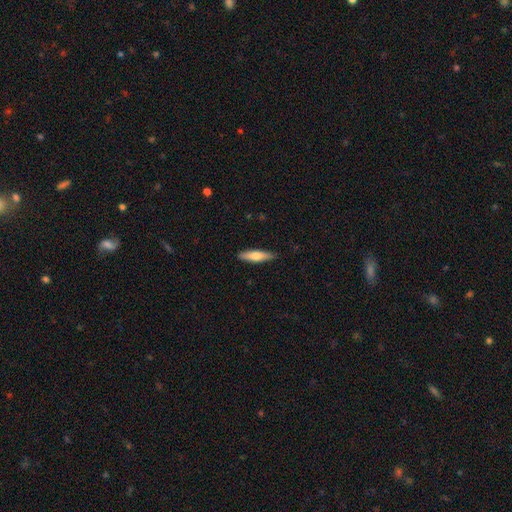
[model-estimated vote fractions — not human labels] smooth 66%, featured or disk 28%, star or artifact 5%. Down the decision tree: how rounded — cigar-shaped (76%); merging — none (88%).